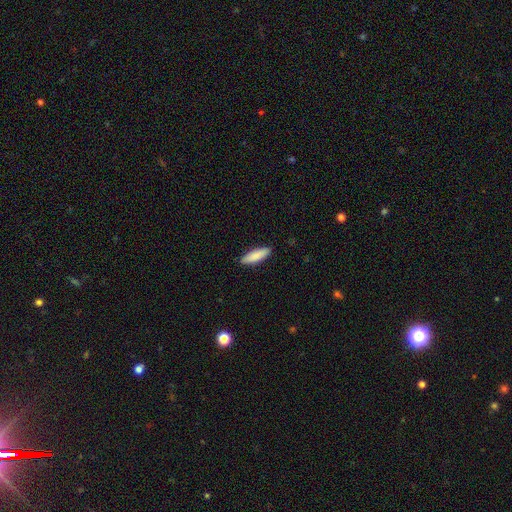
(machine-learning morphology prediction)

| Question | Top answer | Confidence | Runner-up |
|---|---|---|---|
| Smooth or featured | smooth | 88% | featured or disk (7%) |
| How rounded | cigar-shaped | 55% | in between (43%) |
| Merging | none | 89% | minor disturbance (8%) |